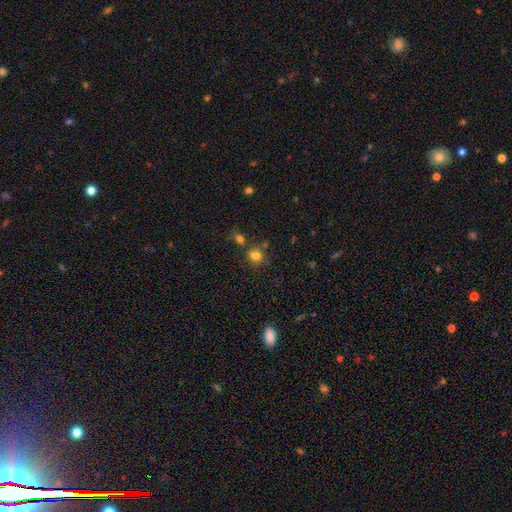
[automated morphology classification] smooth 76%, star or artifact 16%, featured or disk 8%. Down the decision tree: how rounded — round (66%); merging — none (60%).